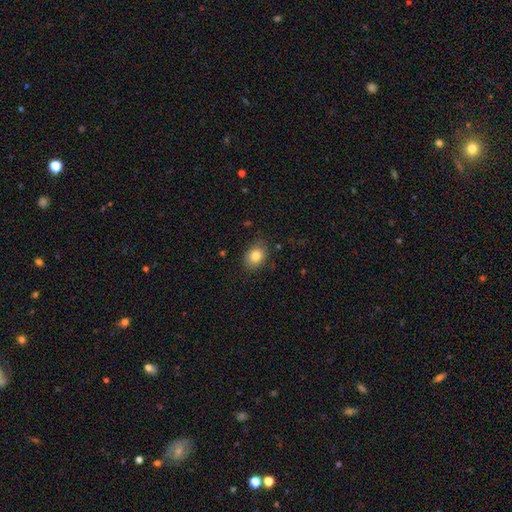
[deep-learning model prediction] smooth_or_featured: smooth (p=0.82) [alt: star or artifact p=0.09]
how_rounded: in between (p=0.61) [alt: round p=0.38]
merging: none (p=0.82) [alt: minor disturbance p=0.14]